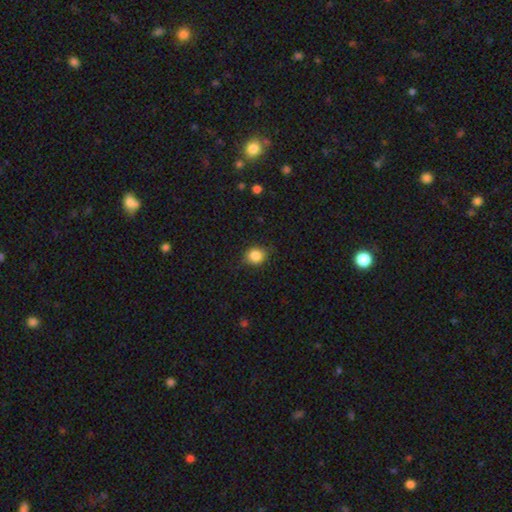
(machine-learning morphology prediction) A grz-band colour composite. It shows a smooth galaxy with no disk features (85%) that is round (67%). Merging: none (81%).